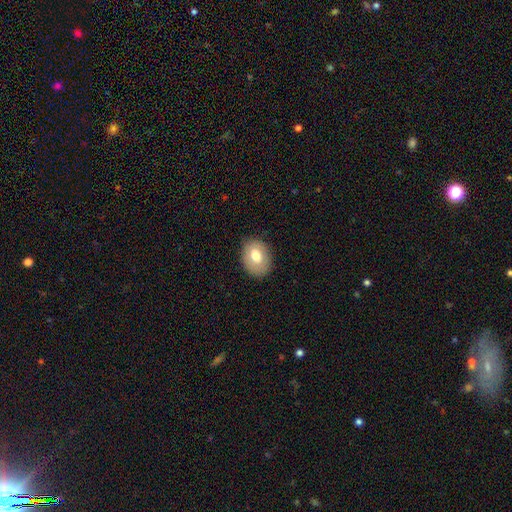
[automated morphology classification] type=smooth (73%); roundness=in between (68%); merging=none (84%).